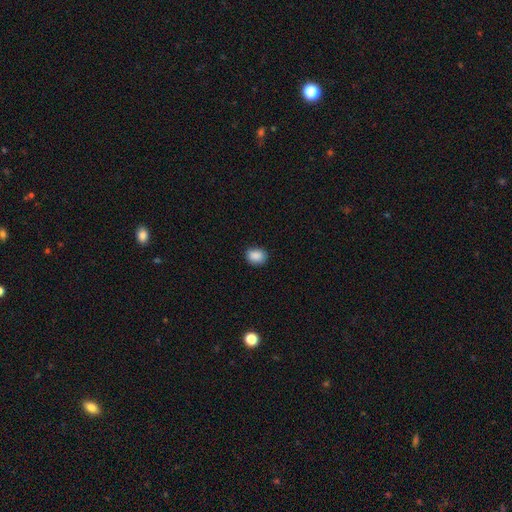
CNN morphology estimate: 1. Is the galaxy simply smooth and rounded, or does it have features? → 89% smooth, 8% star or artifact, 3% featured or disk.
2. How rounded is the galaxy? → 58% in between, 41% round, 1% cigar-shaped.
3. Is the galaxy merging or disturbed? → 83% none, 13% minor disturbance, 2% major disturbance, 1% merger.